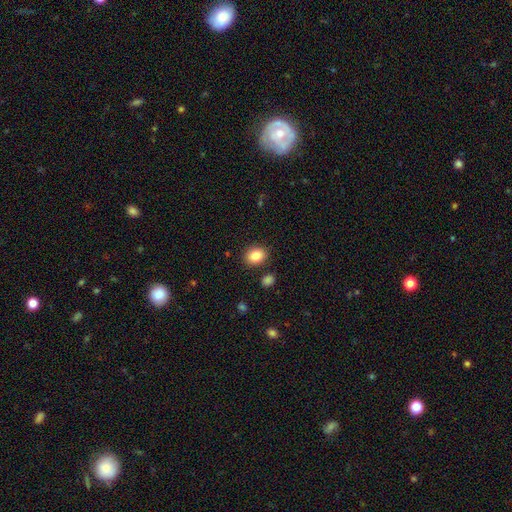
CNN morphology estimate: smooth_or_featured: smooth (p=0.85) [alt: star or artifact p=0.09]
how_rounded: in between (p=0.54) [alt: round p=0.45]
merging: none (p=0.86) [alt: minor disturbance p=0.08]